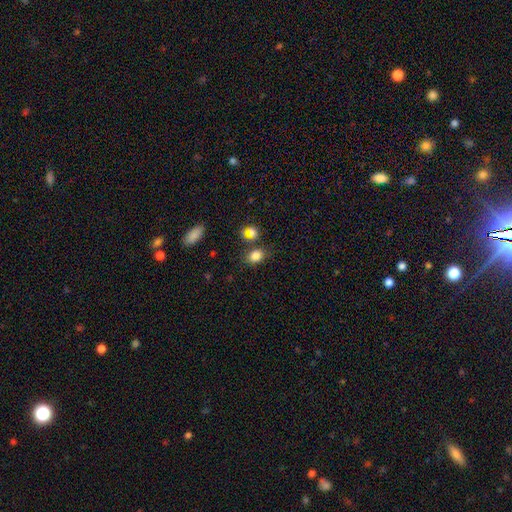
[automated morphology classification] Q: Smooth or featured?
A: smooth (82%); runner-up: star or artifact (11%)
Q: How rounded?
A: in between (66%); runner-up: round (33%)
Q: Merging?
A: none (71%); runner-up: minor disturbance (14%)